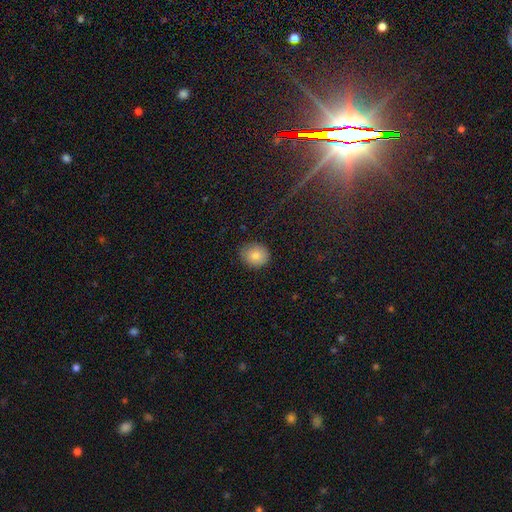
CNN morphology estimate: Q: Smooth or featured?
A: smooth (84%); runner-up: star or artifact (9%)
Q: How rounded?
A: round (65%); runner-up: in between (34%)
Q: Merging?
A: none (84%); runner-up: minor disturbance (12%)